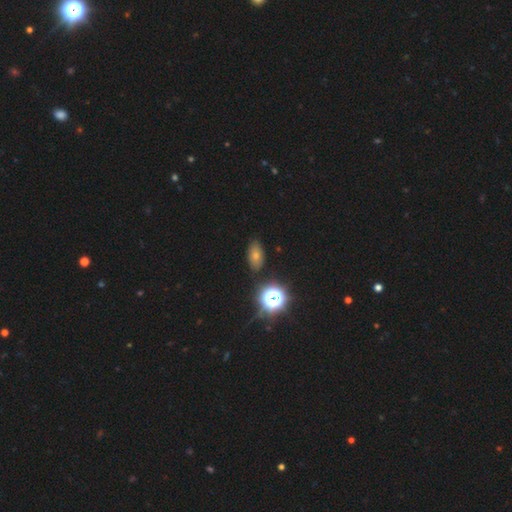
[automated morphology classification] Smooth or featured?
  - smooth: 48% *
  - star or artifact: 40%
  - featured or disk: 12%
Merging?
  - none: 85% *
  - minor disturbance: 9%
  - major disturbance: 3%
  - merger: 3%